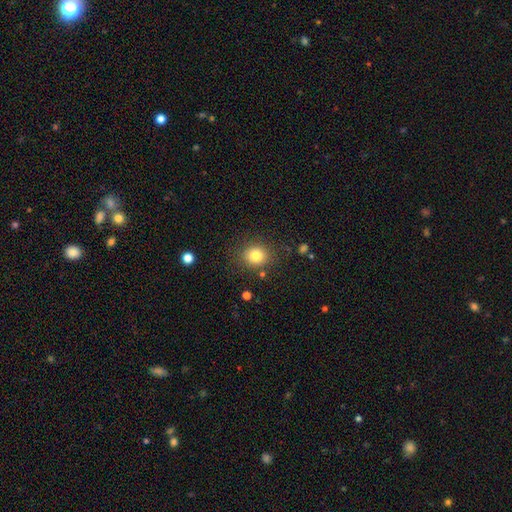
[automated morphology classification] This is clearly a smooth galaxy (81%). How rounded: likely round (77%). Merging: clearly none (83%).